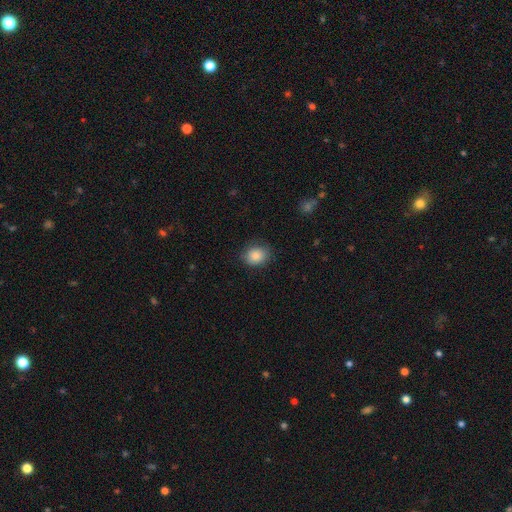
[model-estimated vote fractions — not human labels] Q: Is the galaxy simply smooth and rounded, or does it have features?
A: smooth — 86%.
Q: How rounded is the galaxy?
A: round — 61%.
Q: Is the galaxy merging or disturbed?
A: none — 82%.